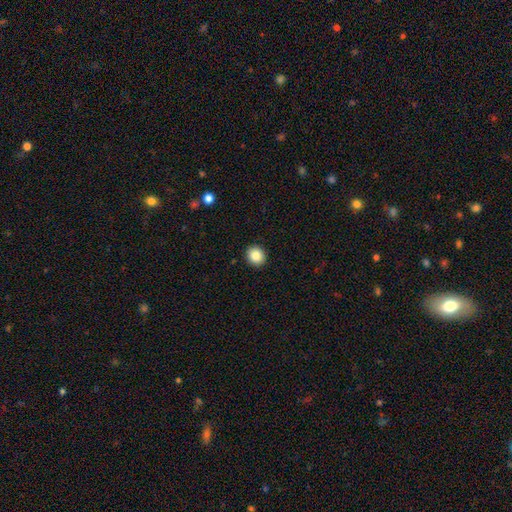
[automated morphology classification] Q: Smooth or featured?
A: smooth (86%); runner-up: star or artifact (9%)
Q: How rounded?
A: round (81%); runner-up: in between (19%)
Q: Merging?
A: none (92%); runner-up: minor disturbance (5%)